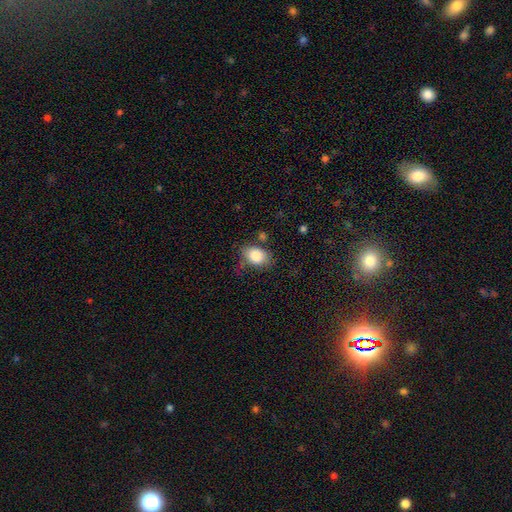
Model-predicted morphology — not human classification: smooth 84%, star or artifact 8%, featured or disk 8%. Down the decision tree: how rounded — in between (70%); merging — none (60%).